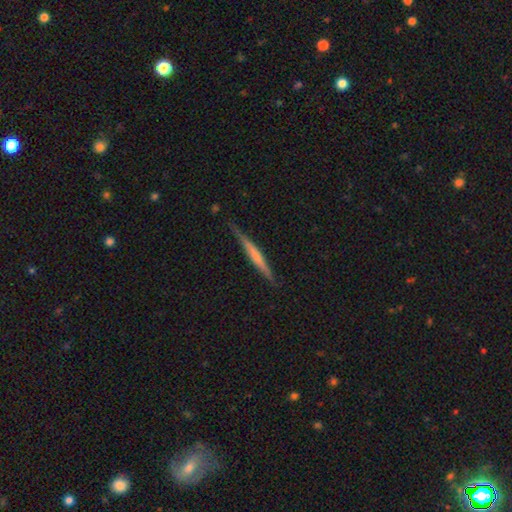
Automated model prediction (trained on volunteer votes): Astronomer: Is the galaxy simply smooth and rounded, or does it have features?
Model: featured or disk — 54% (runner-up: smooth, 40%).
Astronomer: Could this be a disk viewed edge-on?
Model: yes — 97%.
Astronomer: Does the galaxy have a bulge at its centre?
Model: none — 57%.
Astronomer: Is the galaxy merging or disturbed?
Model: none — 85%.